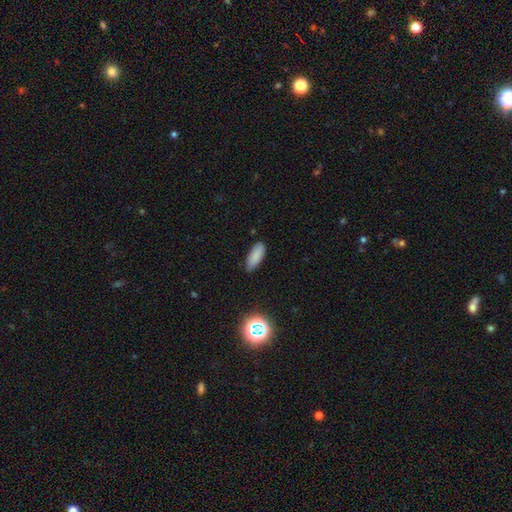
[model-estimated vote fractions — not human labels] smooth 84%, star or artifact 10%, featured or disk 6%. Down the decision tree: how rounded — in between (76%); merging — none (78%).